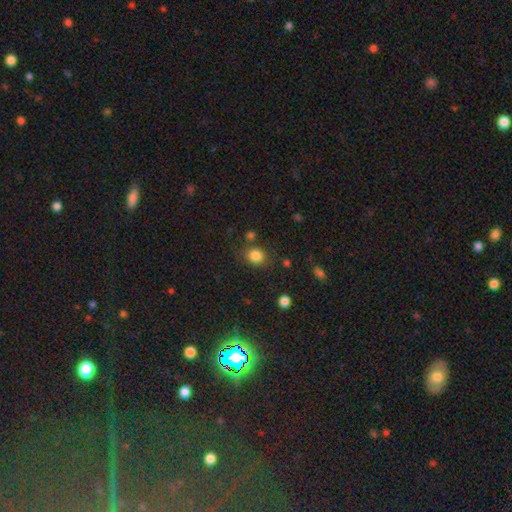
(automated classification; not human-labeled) Q: Smooth or featured?
A: smooth (84%); runner-up: star or artifact (11%)
Q: How rounded?
A: round (72%); runner-up: in between (27%)
Q: Merging?
A: none (77%); runner-up: minor disturbance (12%)